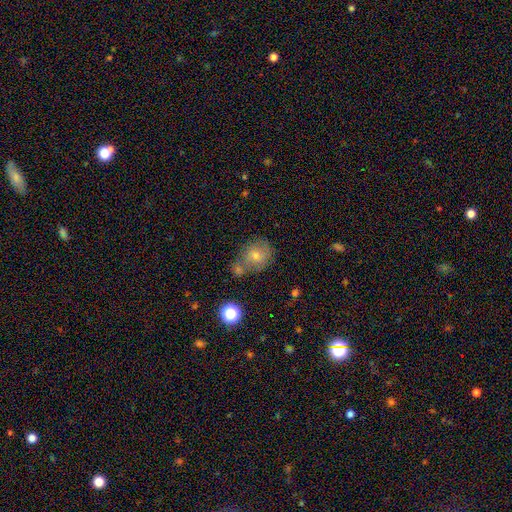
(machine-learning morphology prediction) The model was most divided on "smooth or featured": smooth: 55%, featured or disk: 28%, star or artifact: 17%. More confident: how rounded — round (77%); merging — none (54%).